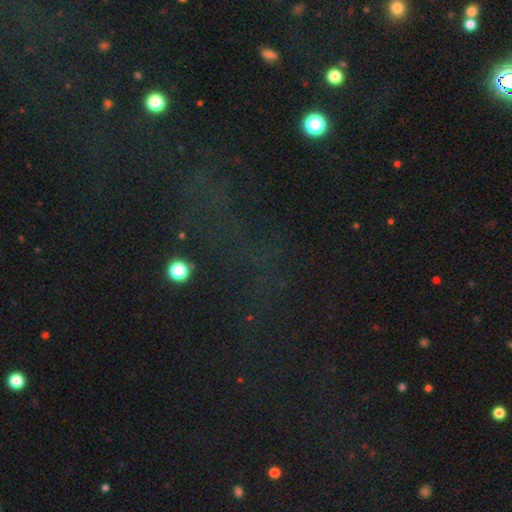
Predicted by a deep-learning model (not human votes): This appears to be a star or artifact, not a galaxy (63%).